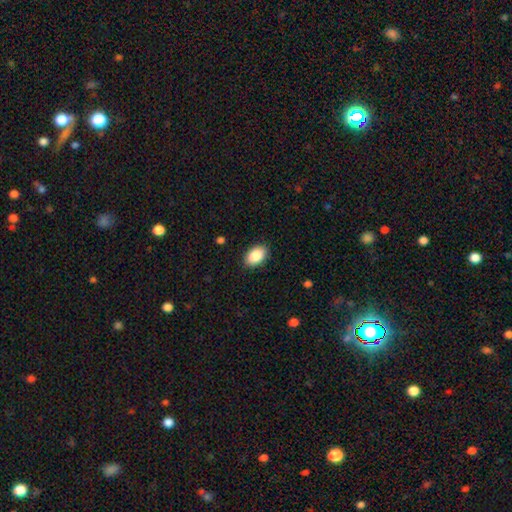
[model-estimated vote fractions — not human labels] This appears to be a smooth galaxy with no disk features (88%) that is in between round and cigar-shaped (91%). Merging: none (89%).